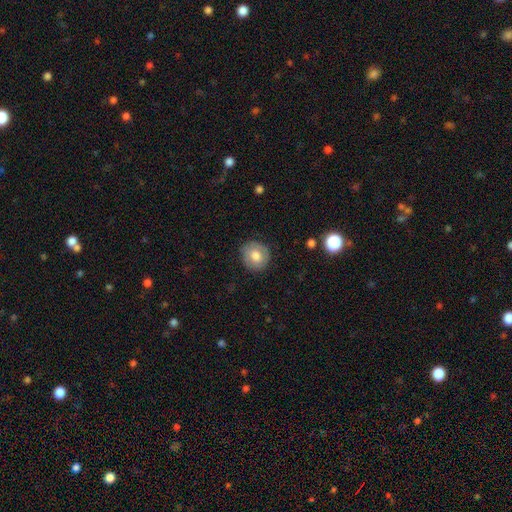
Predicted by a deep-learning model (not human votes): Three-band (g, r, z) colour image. It shows a smooth galaxy with no disk features (70%) that is round (85%). Merging: none (82%).